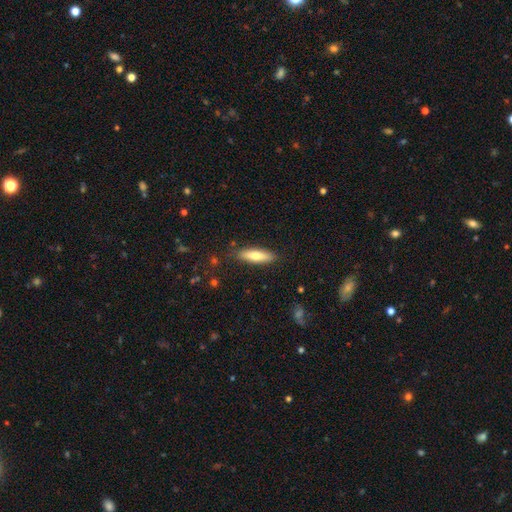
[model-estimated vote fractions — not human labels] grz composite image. It shows a smooth galaxy with no disk features (70%) that is cigar-shaped (64%). Merging: none (87%).